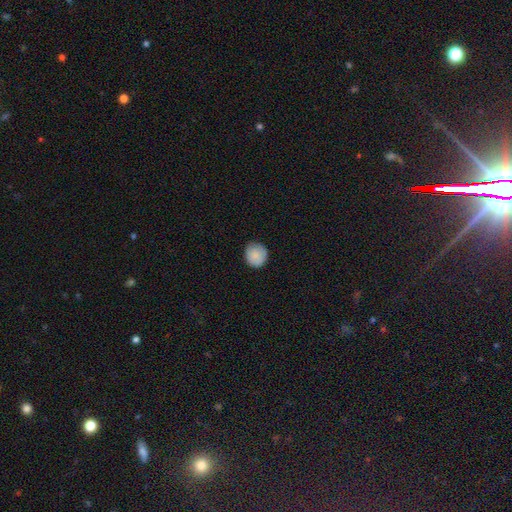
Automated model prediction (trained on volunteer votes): A smooth galaxy with no disk features (86%) that is round (89%).

Vote fractions:
- Smooth or featured? smooth: 86% / star or artifact: 7% / featured or disk: 7%
- How rounded? round: 89% / in between: 10% / cigar-shaped: 1%
- Merging? none: 82% / minor disturbance: 14% / major disturbance: 2% / merger: 1%